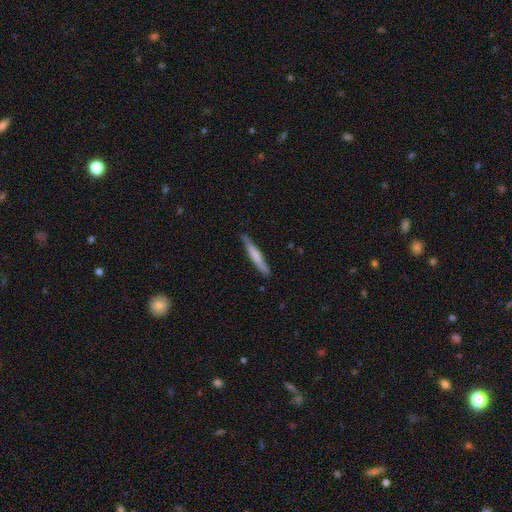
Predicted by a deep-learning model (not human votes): This is possibly a smooth galaxy (59%). How rounded: clearly cigar-shaped (95%). Merging: clearly none (87%).